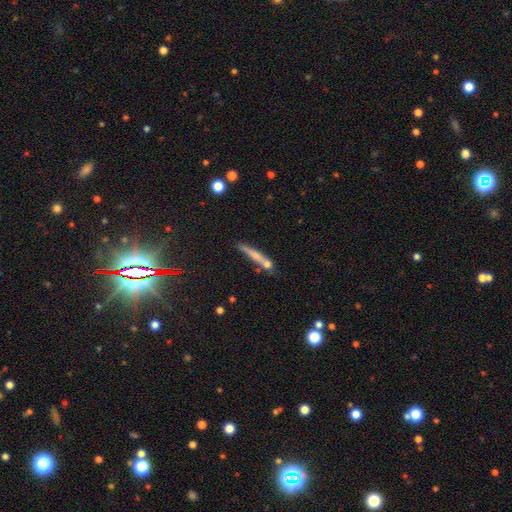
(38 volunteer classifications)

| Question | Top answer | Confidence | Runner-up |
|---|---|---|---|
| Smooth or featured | smooth | 50% | featured or disk (39%) |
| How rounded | cigar-shaped | 100% | — |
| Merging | none | 35% | major disturbance (24%) |